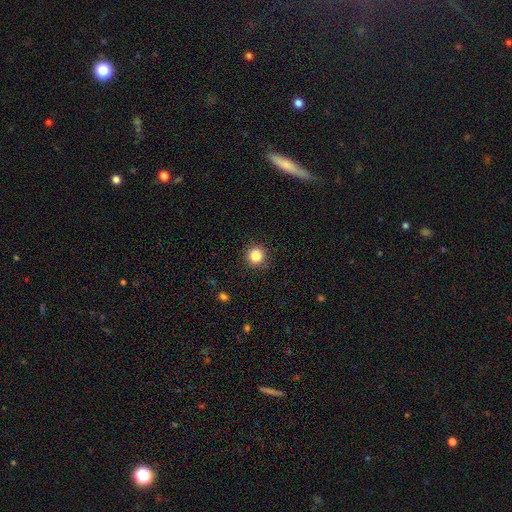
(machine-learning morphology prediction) Overall: smooth (85%). How rounded: round (93%). Merging: none (90%).